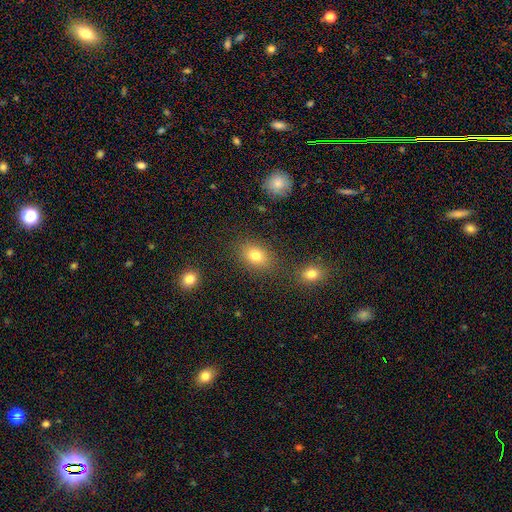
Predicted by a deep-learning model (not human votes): smooth-or-featured: smooth: 79% | star or artifact: 12% | featured or disk: 9%
  how-rounded: in between: 67% | round: 32% | cigar-shaped: 1%
  merging: none: 79% | minor disturbance: 11% | merger: 6% | major disturbance: 4%